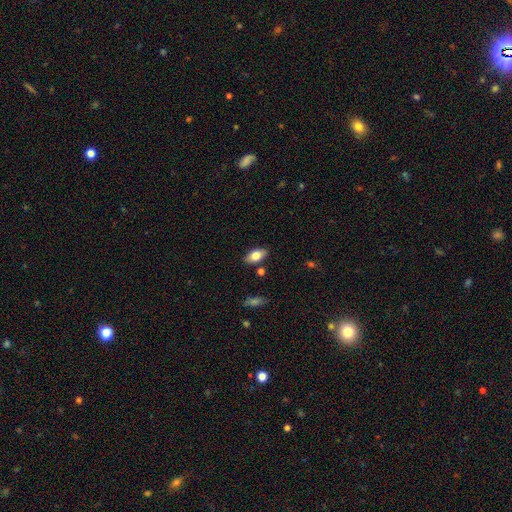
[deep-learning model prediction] smooth-or-featured: smooth: 78% | featured or disk: 15% | star or artifact: 7%
  how-rounded: in between: 91% | cigar-shaped: 5% | round: 4%
  merging: none: 85% | minor disturbance: 10% | merger: 3% | major disturbance: 2%